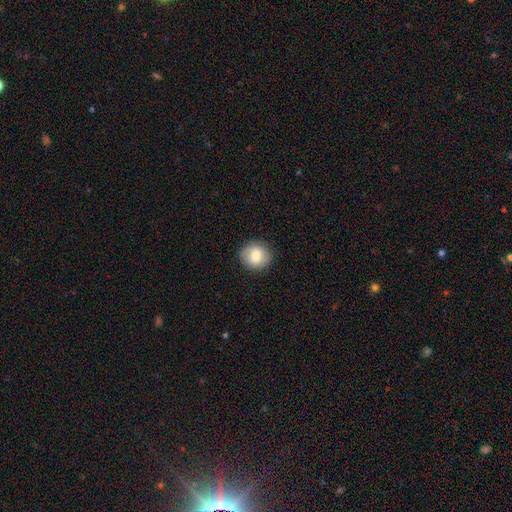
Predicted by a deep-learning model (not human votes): smooth_or_featured: smooth (p=0.77) [alt: featured or disk p=0.15]
how_rounded: round (p=0.82) [alt: in between p=0.17]
merging: none (p=0.87) [alt: minor disturbance p=0.09]